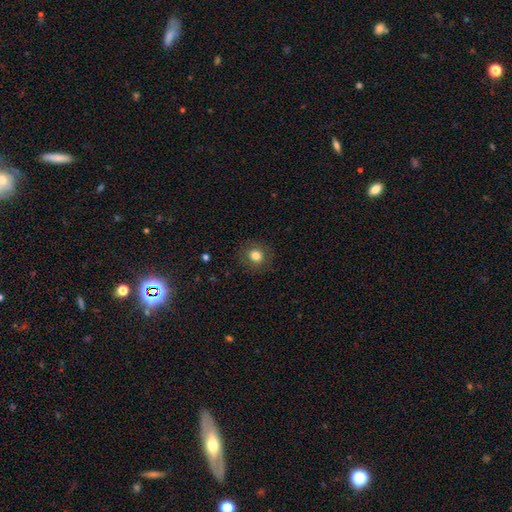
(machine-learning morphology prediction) smooth-or-featured: smooth: 79% | star or artifact: 11% | featured or disk: 10%
  how-rounded: round: 81% | in between: 19% | cigar-shaped: 1%
  merging: none: 86% | minor disturbance: 10% | major disturbance: 4% | merger: 1%